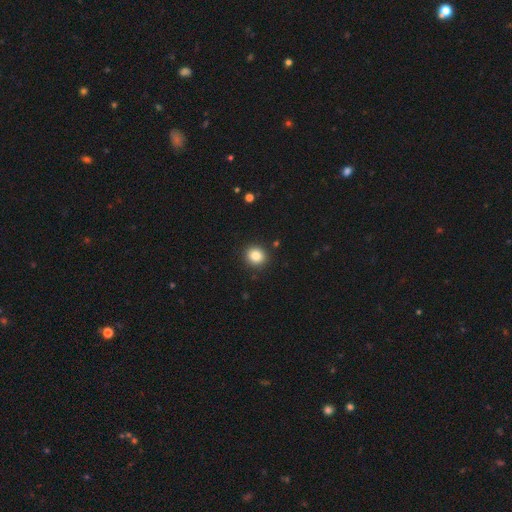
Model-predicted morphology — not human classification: Smooth or featured?
  - smooth: 84% *
  - star or artifact: 10%
  - featured or disk: 6%
How rounded?
  - round: 85% *
  - in between: 14%
  - cigar-shaped: 1%
Merging?
  - none: 91% *
  - minor disturbance: 6%
  - major disturbance: 2%
  - merger: 1%